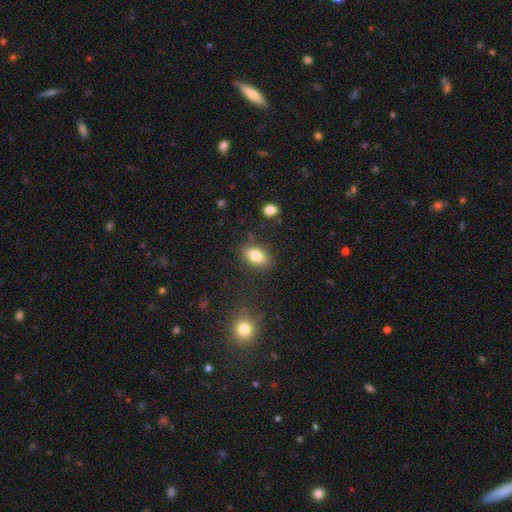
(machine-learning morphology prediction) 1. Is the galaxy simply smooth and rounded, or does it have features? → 82% smooth, 10% featured or disk, 8% star or artifact.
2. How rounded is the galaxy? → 87% in between, 10% round, 2% cigar-shaped.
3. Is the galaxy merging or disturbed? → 83% none, 12% minor disturbance, 3% major disturbance, 3% merger.